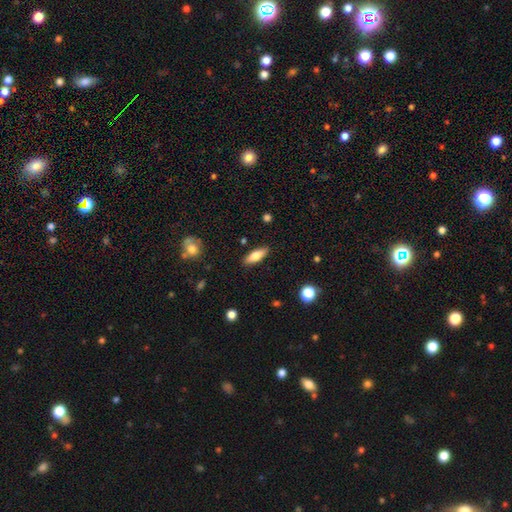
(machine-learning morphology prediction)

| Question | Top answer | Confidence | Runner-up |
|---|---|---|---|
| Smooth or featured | smooth | 67% | featured or disk (27%) |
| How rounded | in between | 58% | cigar-shaped (39%) |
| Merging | none | 88% | minor disturbance (9%) |